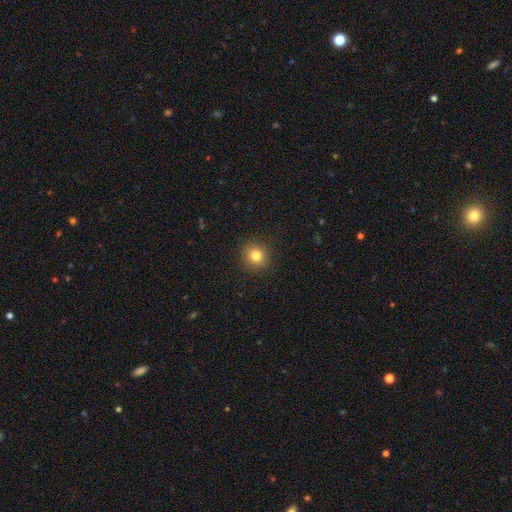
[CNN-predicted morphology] Smooth or featured: smooth — 81% (star or artifact — 12%)
How rounded: round — 89% (in between — 10%)
Merging: none — 91% (minor disturbance — 6%)